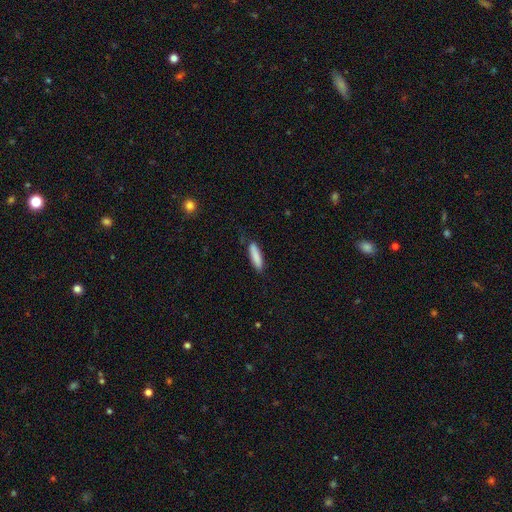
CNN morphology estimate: This appears to be a smooth galaxy with no disk features (86%) that is cigar-shaped (75%). Merging: none (81%).